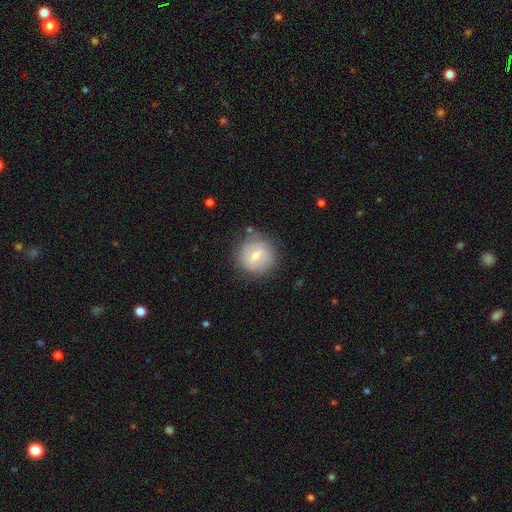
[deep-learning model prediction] This appears to be a smooth galaxy with no disk features (58%) that is round (92%). Merging: none (79%).